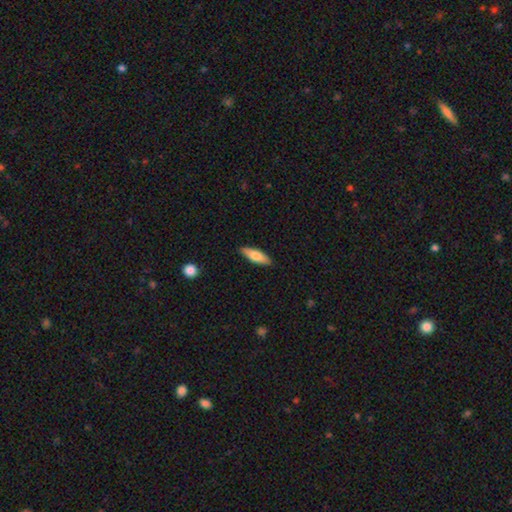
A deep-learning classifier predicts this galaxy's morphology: Smooth or featured: smooth — 72% (featured or disk — 22%)
How rounded: in between — 52% (cigar-shaped — 46%)
Merging: none — 88% (minor disturbance — 9%)